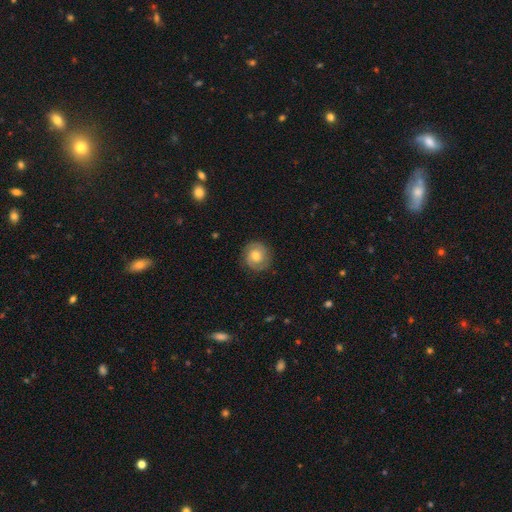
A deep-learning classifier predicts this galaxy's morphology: Smooth or featured? smooth (47%)
Merging? none (84%)